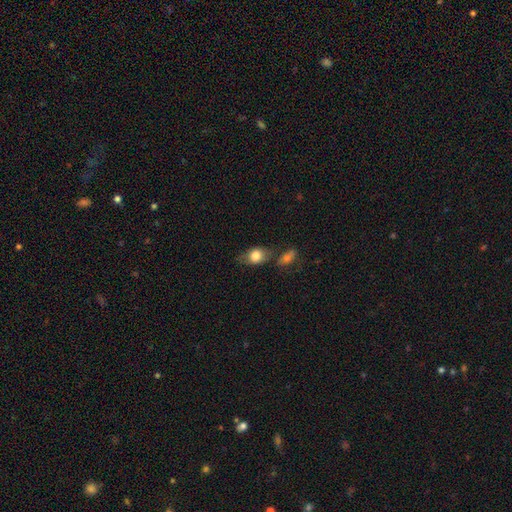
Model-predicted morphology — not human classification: A smooth galaxy with no disk features (75%) that is in between round and cigar-shaped (71%).

Vote fractions:
- Smooth or featured? smooth: 75% / featured or disk: 17% / star or artifact: 8%
- How rounded? in between: 71% / round: 26% / cigar-shaped: 3%
- Merging? none: 55% / minor disturbance: 20% / merger: 18% / major disturbance: 7%